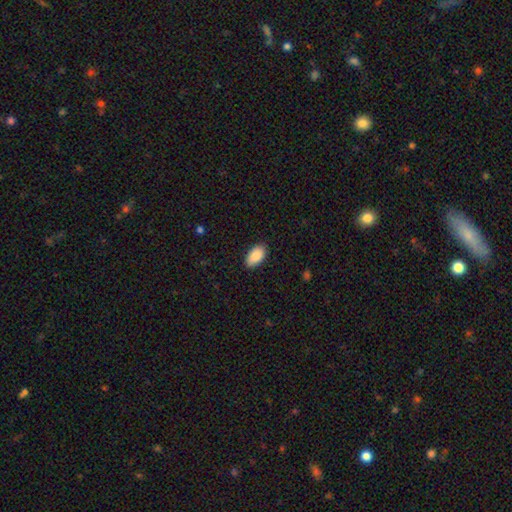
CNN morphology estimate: Smooth or featured: smooth — 89% (star or artifact — 7%)
How rounded: in between — 95% (round — 4%)
Merging: none — 86% (minor disturbance — 11%)